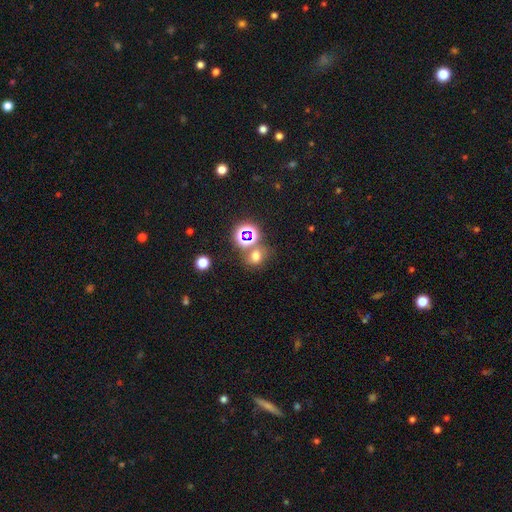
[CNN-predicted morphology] This appears to be a smooth galaxy with no disk features (60%) that is round (53%). Merging: none (63%).